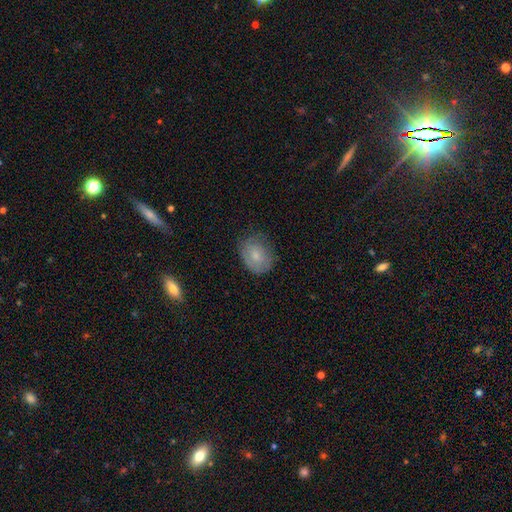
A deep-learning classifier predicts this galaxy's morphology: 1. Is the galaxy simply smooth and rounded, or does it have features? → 67% smooth, 26% featured or disk, 8% star or artifact.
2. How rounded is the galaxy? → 60% in between, 39% round, 1% cigar-shaped.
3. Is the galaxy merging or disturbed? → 66% none, 25% minor disturbance, 8% major disturbance, 1% merger.